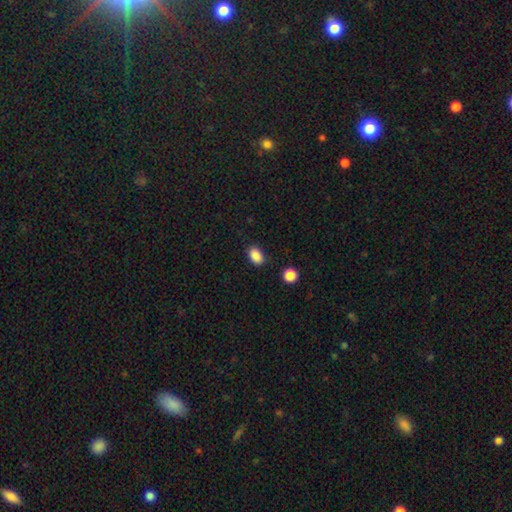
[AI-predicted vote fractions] Smooth or featured? smooth (88%)
How rounded? in between (84%)
Merging? none (85%)